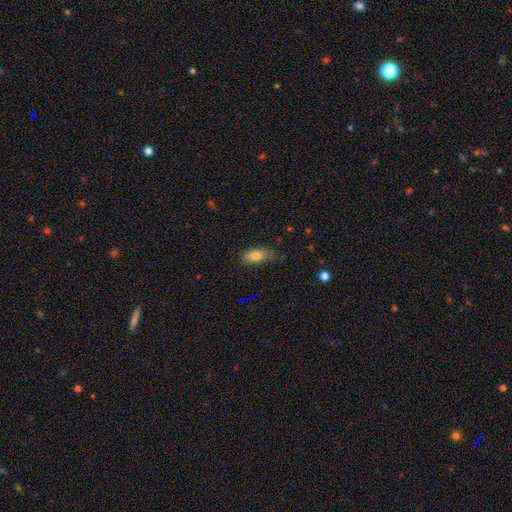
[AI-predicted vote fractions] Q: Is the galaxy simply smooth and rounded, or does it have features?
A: smooth — 82%.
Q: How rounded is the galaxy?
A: in between — 81%.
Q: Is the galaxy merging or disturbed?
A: none — 66%.